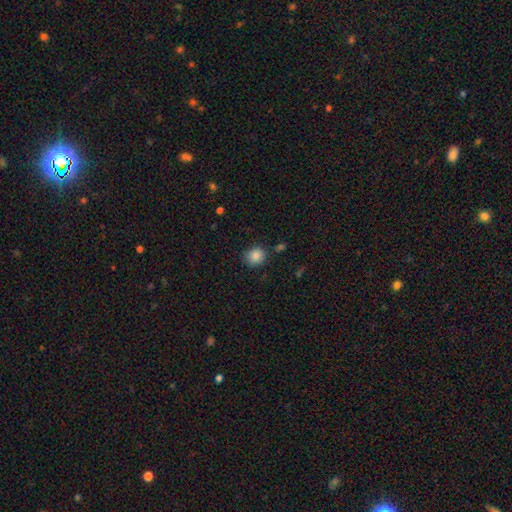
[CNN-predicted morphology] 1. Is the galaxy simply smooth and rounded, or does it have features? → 87% smooth, 9% star or artifact, 4% featured or disk.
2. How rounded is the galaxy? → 72% round, 27% in between, 1% cigar-shaped.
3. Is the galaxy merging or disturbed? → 81% none, 12% minor disturbance, 4% merger, 3% major disturbance.